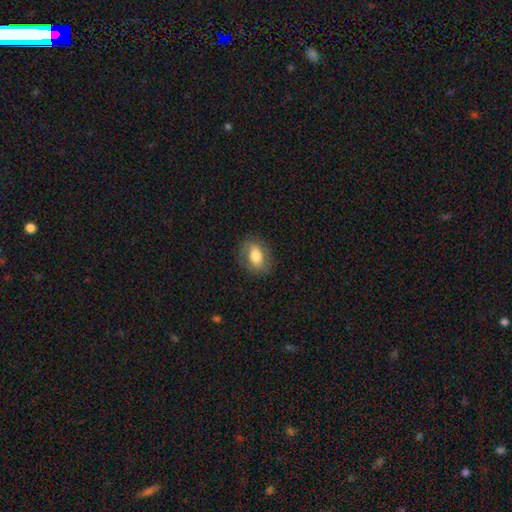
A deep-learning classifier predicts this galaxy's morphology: This appears to be a smooth galaxy with no disk features (60%) that is in between round and cigar-shaped (77%). Merging: none (80%).